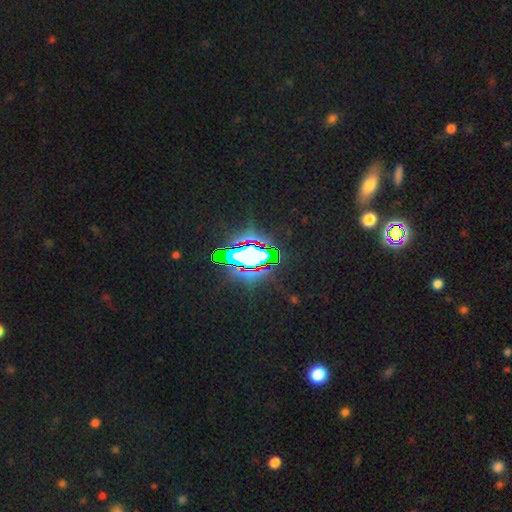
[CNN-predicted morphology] Smooth or featured? star or artifact (68%)